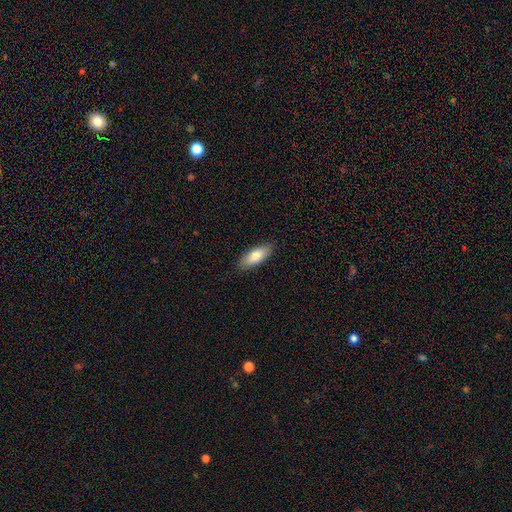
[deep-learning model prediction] smooth-or-featured: smooth: 81% | featured or disk: 13% | star or artifact: 6%
  how-rounded: in between: 73% | cigar-shaped: 25% | round: 2%
  merging: none: 88% | minor disturbance: 9% | major disturbance: 2% | merger: 1%